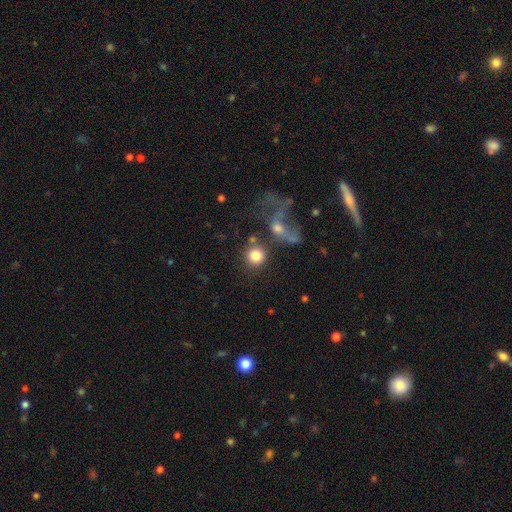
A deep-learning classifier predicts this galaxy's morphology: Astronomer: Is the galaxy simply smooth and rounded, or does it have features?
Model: smooth — 80%.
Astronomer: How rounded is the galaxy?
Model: round — 90%.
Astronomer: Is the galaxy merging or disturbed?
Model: none — 58%.